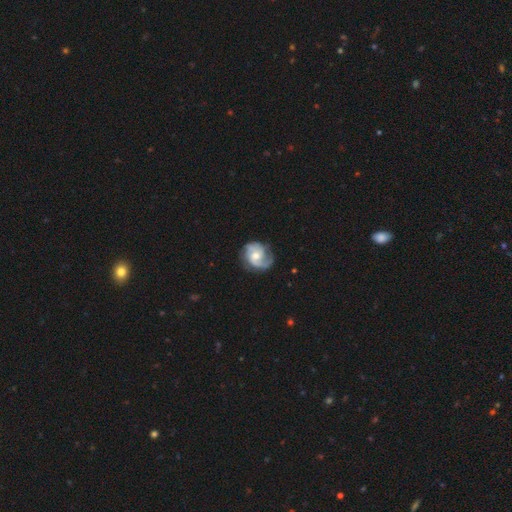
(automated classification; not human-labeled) Q: Smooth or featured?
A: featured or disk (83%); runner-up: smooth (12%)
Q: Edge-on disk?
A: no (98%); runner-up: yes (2%)
Q: Bar?
A: no (61%); runner-up: weak (33%)
Q: Spiral arms?
A: yes (96%); runner-up: no (4%)
Q: Spiral winding?
A: medium (46%); runner-up: tight (35%)
Q: Spiral arm count?
A: 2 (68%); runner-up: 1 (10%)
Q: Bulge size?
A: moderate (63%); runner-up: small (29%)
Q: Merging?
A: none (69%); runner-up: minor disturbance (20%)